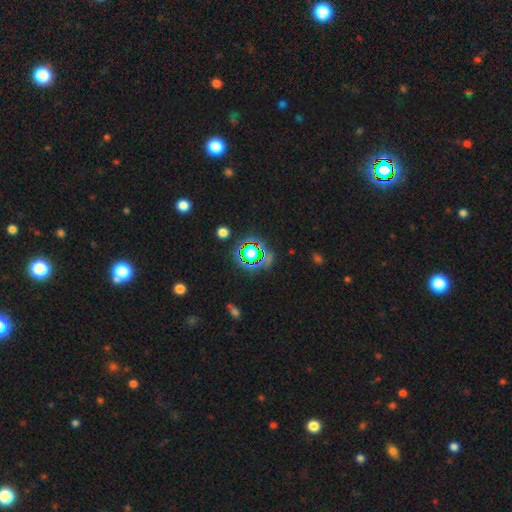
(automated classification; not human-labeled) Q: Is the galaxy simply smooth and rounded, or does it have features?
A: star or artifact — 74%.